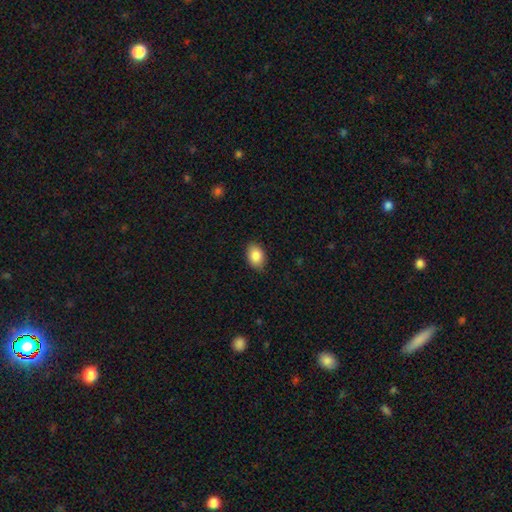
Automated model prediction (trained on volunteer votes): smooth 87%, star or artifact 8%, featured or disk 6%. Down the decision tree: how rounded — in between (82%); merging — none (86%).